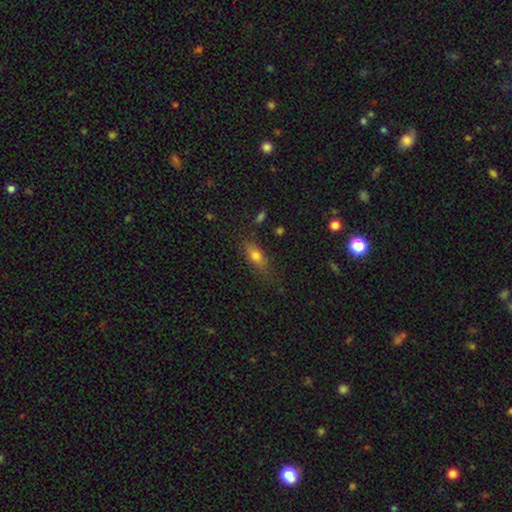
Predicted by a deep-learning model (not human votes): smooth_or_featured: smooth (p=0.73) [alt: featured or disk p=0.17]
how_rounded: in between (p=0.70) [alt: cigar-shaped p=0.24]
merging: none (p=0.71) [alt: minor disturbance p=0.21]